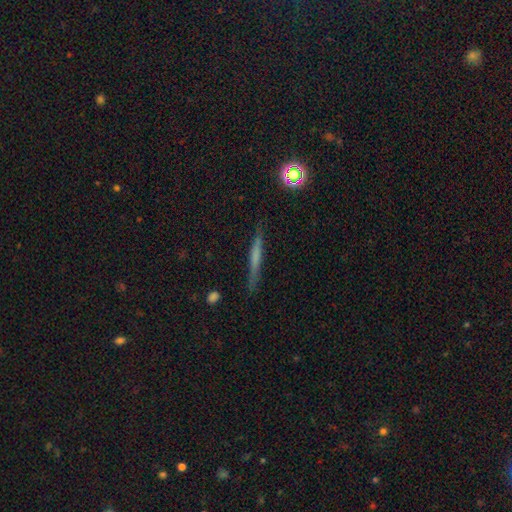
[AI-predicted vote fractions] The model was most divided on "smooth or featured": featured or disk: 46%, smooth: 44%, star or artifact: 10%. More confident: merging — none (84%).